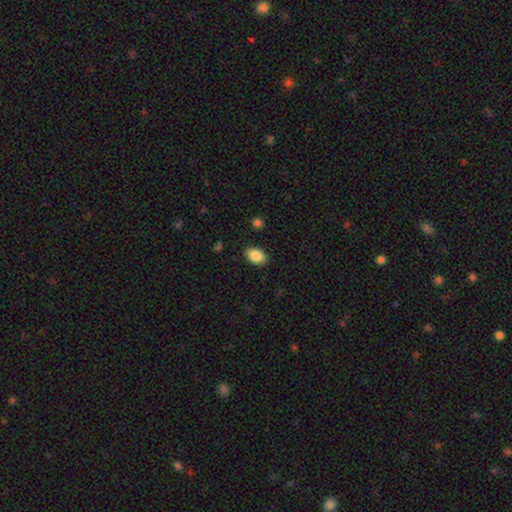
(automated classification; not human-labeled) Smooth or featured?
  - smooth: 87% *
  - star or artifact: 7%
  - featured or disk: 5%
How rounded?
  - in between: 89% *
  - round: 10%
  - cigar-shaped: 1%
Merging?
  - none: 88% *
  - minor disturbance: 8%
  - major disturbance: 2%
  - merger: 1%